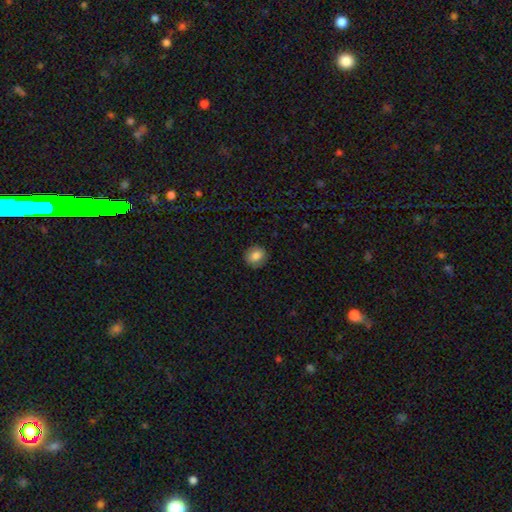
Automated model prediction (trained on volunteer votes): Q: Smooth or featured?
A: smooth (82%); runner-up: featured or disk (9%)
Q: How rounded?
A: round (77%); runner-up: in between (22%)
Q: Merging?
A: none (88%); runner-up: minor disturbance (8%)